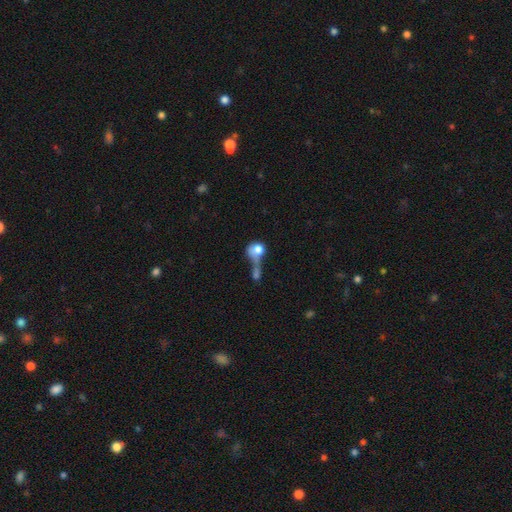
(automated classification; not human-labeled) This is likely a smooth galaxy (66%). How rounded: likely round (68%). Merging: possibly merger (51%).